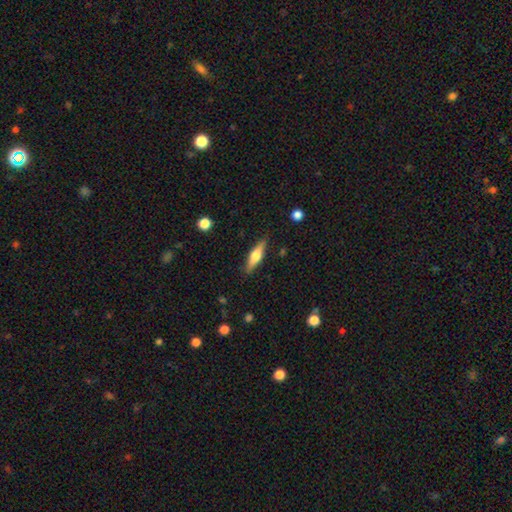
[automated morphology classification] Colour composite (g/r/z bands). It shows a featured or disk galaxy (51%) viewed edge-on (94%). Merging: none (87%).